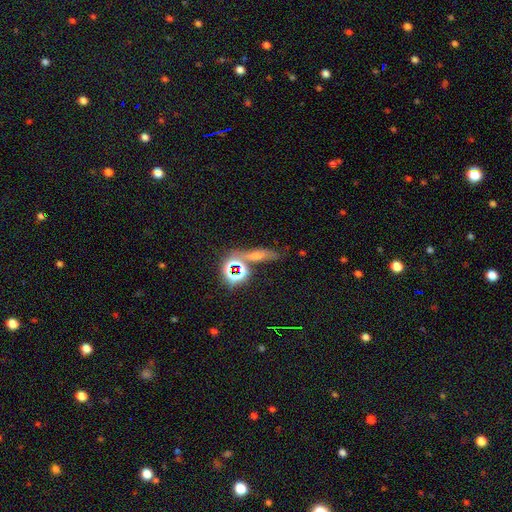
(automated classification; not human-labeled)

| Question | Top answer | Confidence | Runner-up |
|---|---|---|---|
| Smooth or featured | star or artifact | 44% | smooth (35%) |